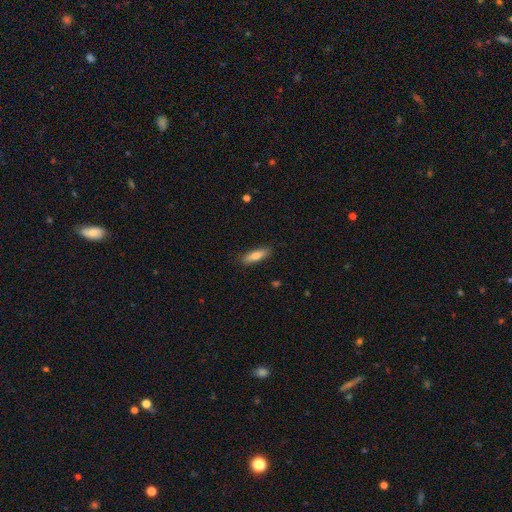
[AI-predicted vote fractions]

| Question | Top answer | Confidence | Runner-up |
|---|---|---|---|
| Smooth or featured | smooth | 76% | featured or disk (17%) |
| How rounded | cigar-shaped | 57% | in between (41%) |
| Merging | none | 87% | minor disturbance (10%) |